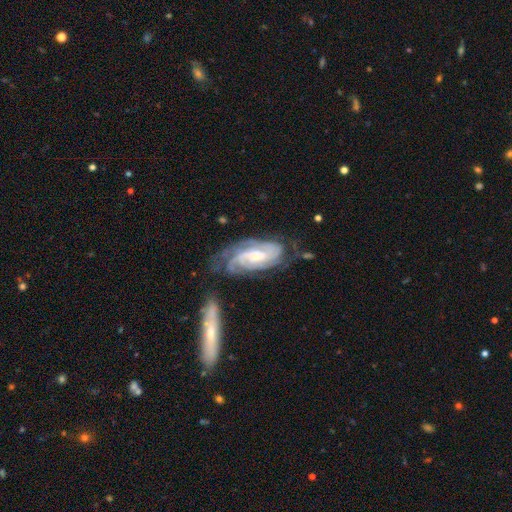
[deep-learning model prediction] Smooth or featured? featured or disk (87%)
Edge-on disk? no (94%)
Bar? weak (43%)
Spiral arms? yes (97%)
Spiral winding? tight (64%)
Spiral arm count? 2 (38%)
Bulge size? moderate (49%)
Merging? none (61%)